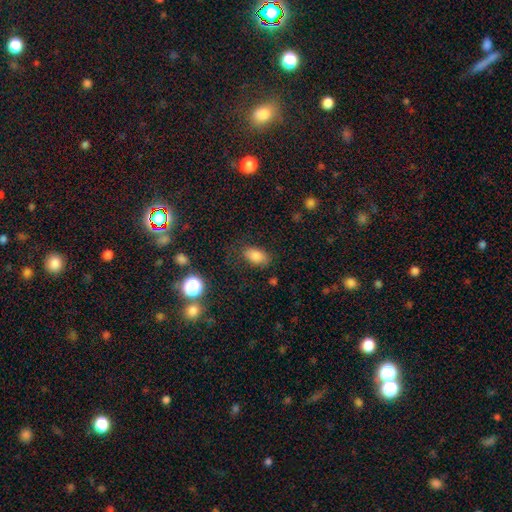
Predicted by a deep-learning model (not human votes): This appears to be a smooth galaxy with no disk features (82%) that is in between round and cigar-shaped (89%). Merging: none (78%).